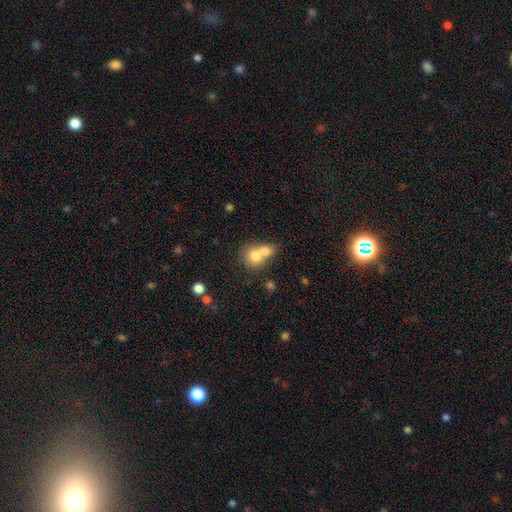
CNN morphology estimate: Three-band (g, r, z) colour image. It shows a smooth galaxy with no disk features (73%) that is round (73%). Merging: merger (66%).